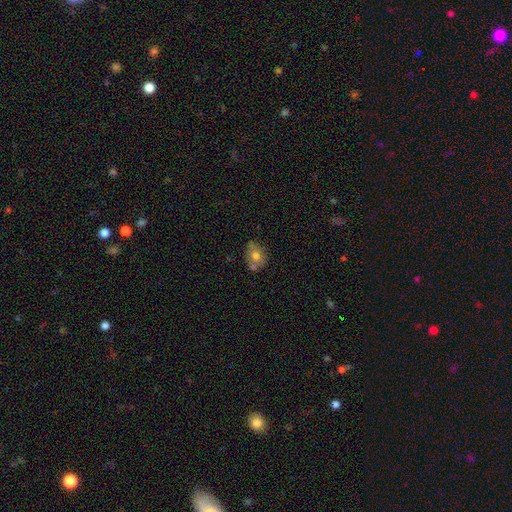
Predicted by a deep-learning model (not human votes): Q: Smooth or featured?
A: smooth (67%); runner-up: featured or disk (24%)
Q: How rounded?
A: in between (50%); runner-up: round (48%)
Q: Merging?
A: none (52%); runner-up: merger (23%)